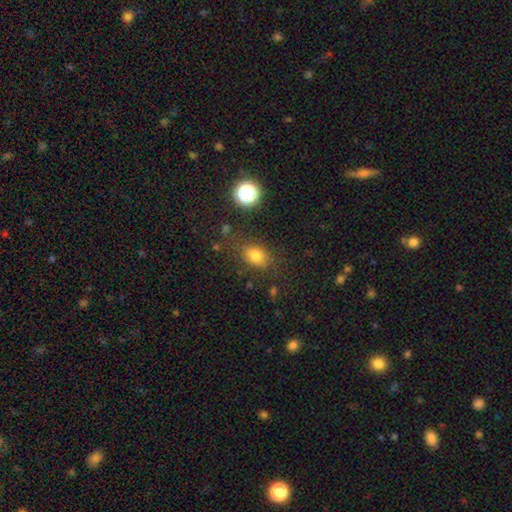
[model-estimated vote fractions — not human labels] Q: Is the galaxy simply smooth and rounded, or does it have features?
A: smooth — 75%.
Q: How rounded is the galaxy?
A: in between — 69%.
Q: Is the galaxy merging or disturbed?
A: none — 76%.